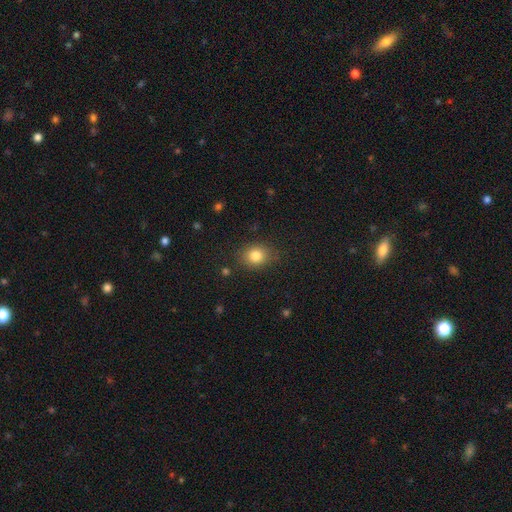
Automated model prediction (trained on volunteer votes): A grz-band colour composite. It shows a smooth galaxy with no disk features (82%) that is round (58%). Merging: none (83%).